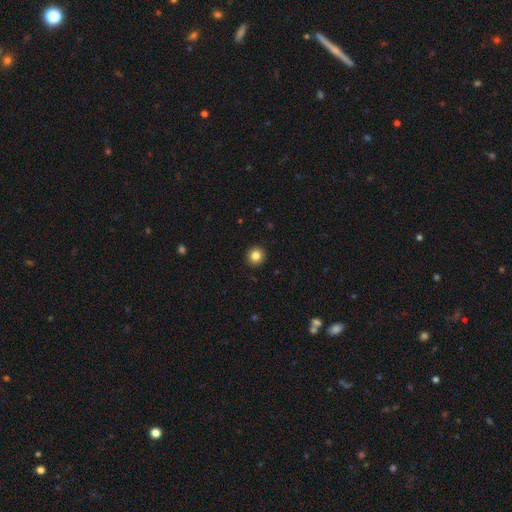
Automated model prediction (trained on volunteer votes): Smooth or featured?
  - smooth: 84% *
  - star or artifact: 10%
  - featured or disk: 6%
How rounded?
  - round: 93% *
  - in between: 7%
  - cigar-shaped: 1%
Merging?
  - none: 93% *
  - minor disturbance: 5%
  - major disturbance: 1%
  - merger: 1%